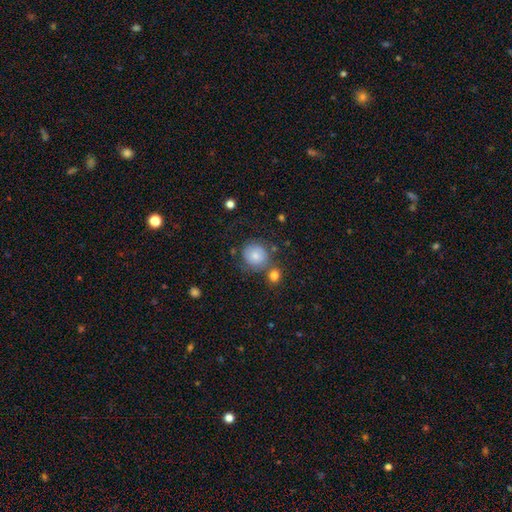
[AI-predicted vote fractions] Morphology: type=smooth (73%); roundness=round (86%); merging=none (61%).